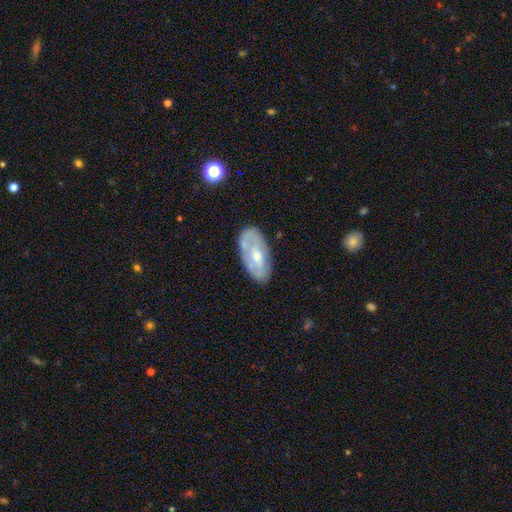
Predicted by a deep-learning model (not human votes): This appears to be a featured or disk galaxy (52%). Merging: none (72%).